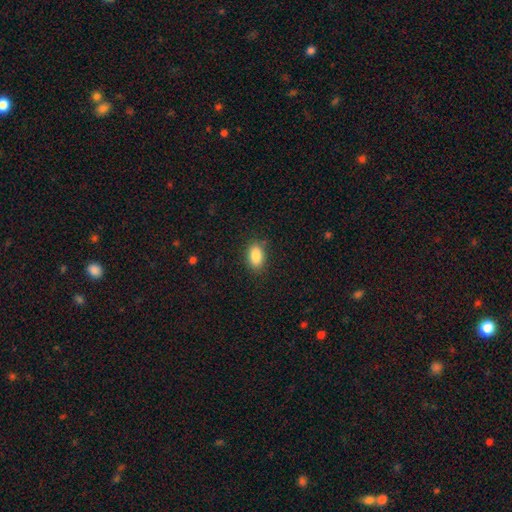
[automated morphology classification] Smooth or featured?
  - smooth: 88% *
  - star or artifact: 8%
  - featured or disk: 5%
How rounded?
  - in between: 90% *
  - round: 8%
  - cigar-shaped: 2%
Merging?
  - none: 84% *
  - minor disturbance: 12%
  - major disturbance: 3%
  - merger: 1%